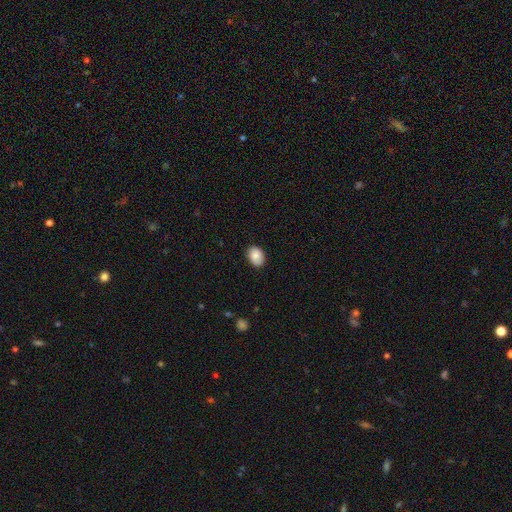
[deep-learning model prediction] smooth 87%, star or artifact 7%, featured or disk 6%. Down the decision tree: how rounded — in between (78%); merging — none (83%).